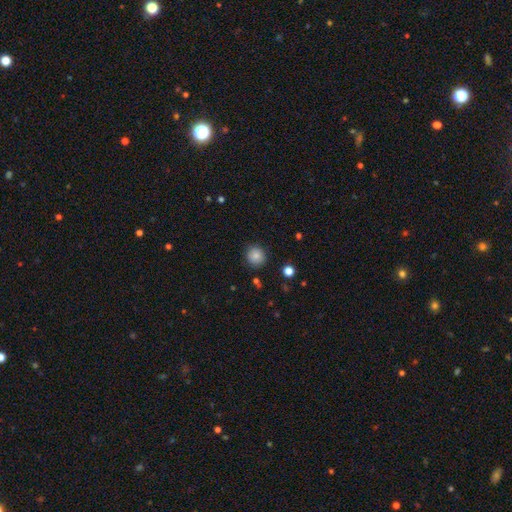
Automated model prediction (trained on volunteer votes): Q: Smooth or featured?
A: smooth (84%); runner-up: star or artifact (10%)
Q: How rounded?
A: round (90%); runner-up: in between (9%)
Q: Merging?
A: none (88%); runner-up: minor disturbance (9%)